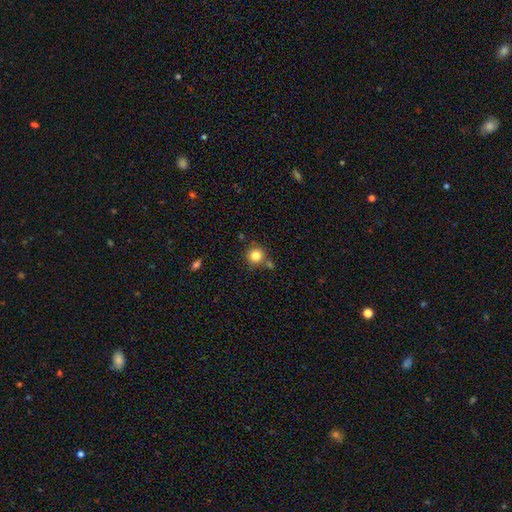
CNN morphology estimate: Smooth or featured? smooth (83%)
How rounded? round (93%)
Merging? none (76%)